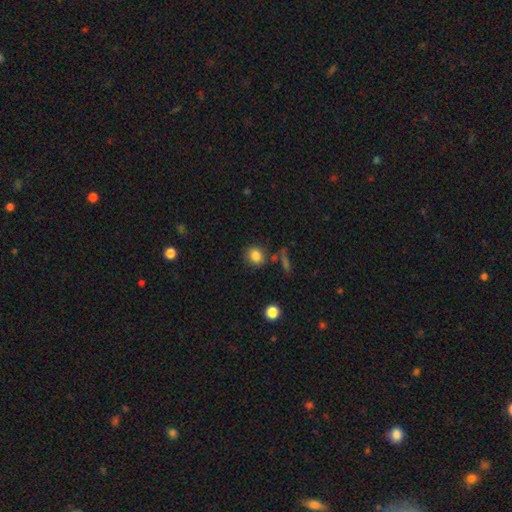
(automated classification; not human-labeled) The model was most divided on "how rounded": round: 77%, in between: 21%, cigar-shaped: 1%. More confident: smooth or featured — smooth (83%); merging — none (78%).